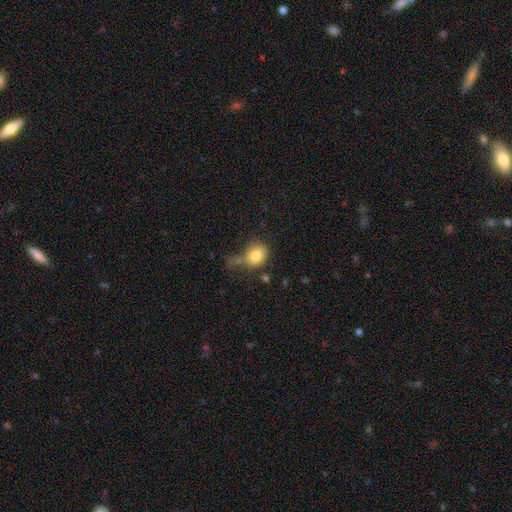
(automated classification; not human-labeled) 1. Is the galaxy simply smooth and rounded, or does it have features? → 80% smooth, 10% star or artifact, 10% featured or disk.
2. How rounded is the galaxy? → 59% round, 40% in between, 1% cigar-shaped.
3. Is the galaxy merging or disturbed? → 49% none, 23% minor disturbance, 15% major disturbance, 13% merger.